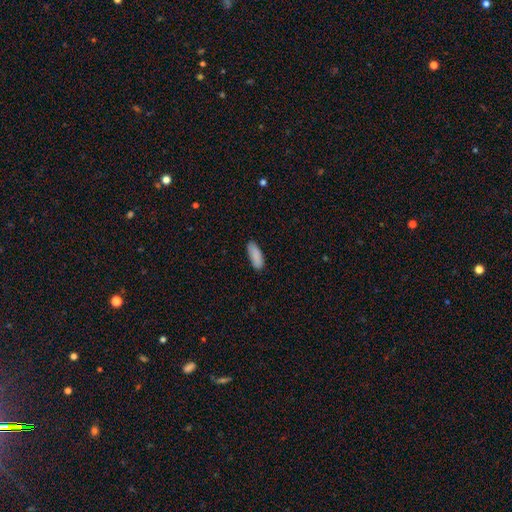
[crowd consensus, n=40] smooth-or-featured: smooth: 85% | featured or disk: 12% | star or artifact: 2%
  how-rounded: in between: 65% | cigar-shaped: 32% | round: 3%
  merging: none: 69% | minor disturbance: 28% | merger: 3% | major disturbance: 0%